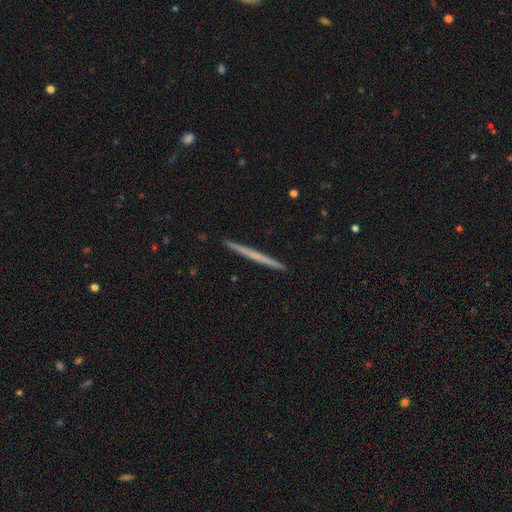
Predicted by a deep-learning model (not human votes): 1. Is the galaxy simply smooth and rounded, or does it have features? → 50% featured or disk, 44% smooth, 5% star or artifact.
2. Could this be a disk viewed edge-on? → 98% yes, 2% no.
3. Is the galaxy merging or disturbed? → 93% none, 5% minor disturbance, 1% major disturbance, 1% merger.